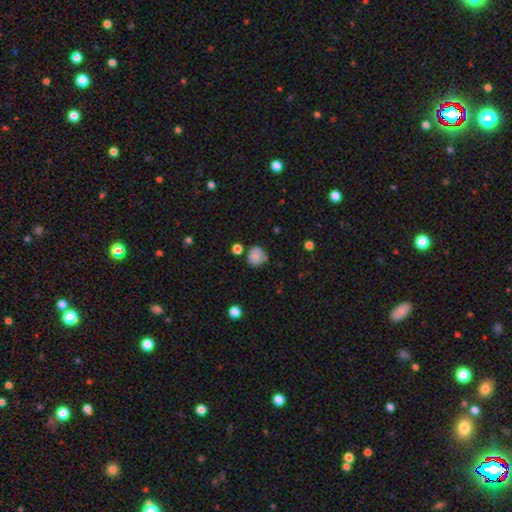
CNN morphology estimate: A smooth galaxy with no disk features (80%) that is round (85%).

Vote fractions:
- Smooth or featured? smooth: 80% / star or artifact: 10% / featured or disk: 10%
- How rounded? round: 85% / in between: 14% / cigar-shaped: 1%
- Merging? none: 66% / minor disturbance: 21% / merger: 7% / major disturbance: 6%